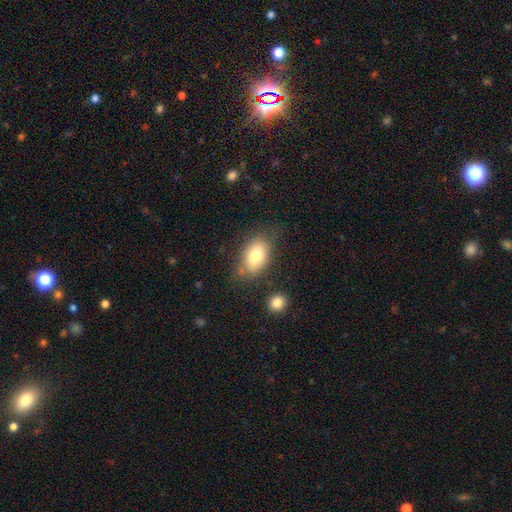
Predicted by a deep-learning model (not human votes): This is likely a smooth galaxy (78%). How rounded: clearly in between (88%). Merging: likely none (69%).